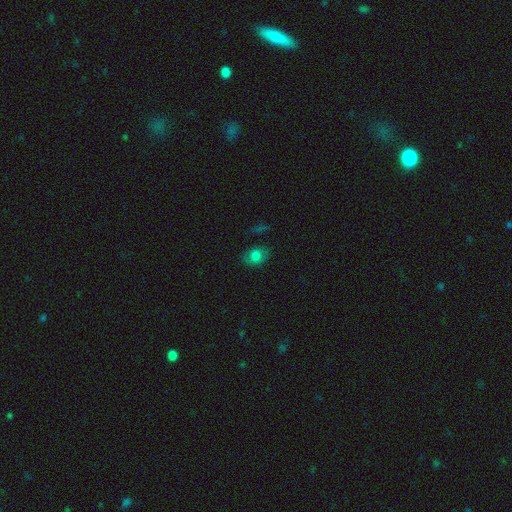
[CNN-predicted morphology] smooth_or_featured: smooth (p=0.71) [alt: featured or disk p=0.15]
how_rounded: in between (p=0.65) [alt: round p=0.34]
merging: none (p=0.76) [alt: minor disturbance p=0.16]